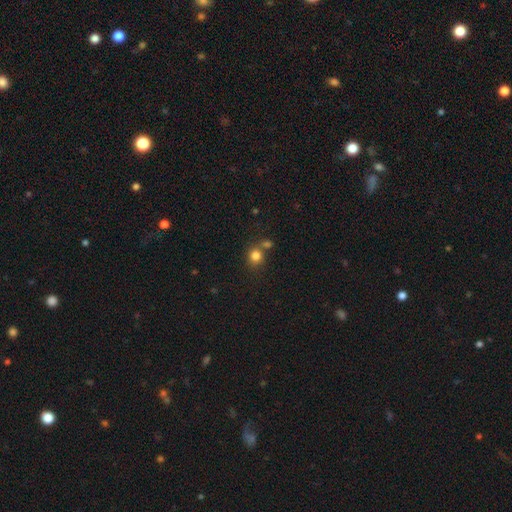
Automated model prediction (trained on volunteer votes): Q: Smooth or featured?
A: smooth (82%); runner-up: star or artifact (12%)
Q: How rounded?
A: round (84%); runner-up: in between (15%)
Q: Merging?
A: none (63%); runner-up: merger (24%)